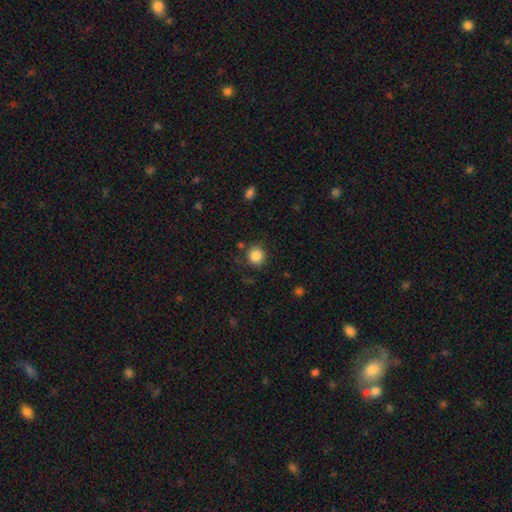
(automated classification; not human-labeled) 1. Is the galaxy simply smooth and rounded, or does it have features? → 86% smooth, 10% star or artifact, 4% featured or disk.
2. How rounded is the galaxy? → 89% round, 10% in between, 1% cigar-shaped.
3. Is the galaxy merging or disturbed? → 82% none, 11% minor disturbance, 4% major disturbance, 3% merger.